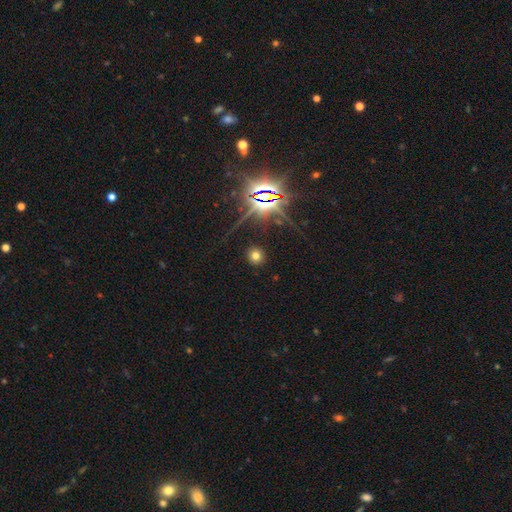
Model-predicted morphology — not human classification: A smooth galaxy with no disk features (64%) that is round (89%).

Vote fractions:
- Smooth or featured? smooth: 64% / star or artifact: 27% / featured or disk: 9%
- How rounded? round: 89% / in between: 9% / cigar-shaped: 1%
- Merging? none: 89% / minor disturbance: 6% / major disturbance: 3% / merger: 2%